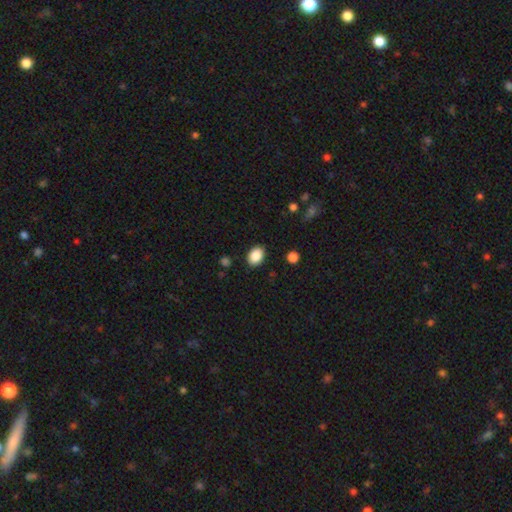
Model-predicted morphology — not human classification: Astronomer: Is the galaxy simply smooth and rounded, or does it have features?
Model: smooth — 88%.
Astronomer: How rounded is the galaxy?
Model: in between — 79%.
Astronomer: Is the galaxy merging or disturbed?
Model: none — 88%.